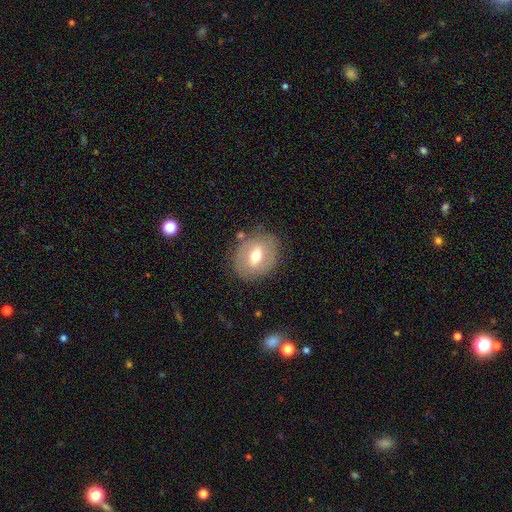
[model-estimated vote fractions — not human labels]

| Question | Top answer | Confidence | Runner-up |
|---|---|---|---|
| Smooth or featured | smooth | 49% | featured or disk (43%) |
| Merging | none | 79% | minor disturbance (14%) |